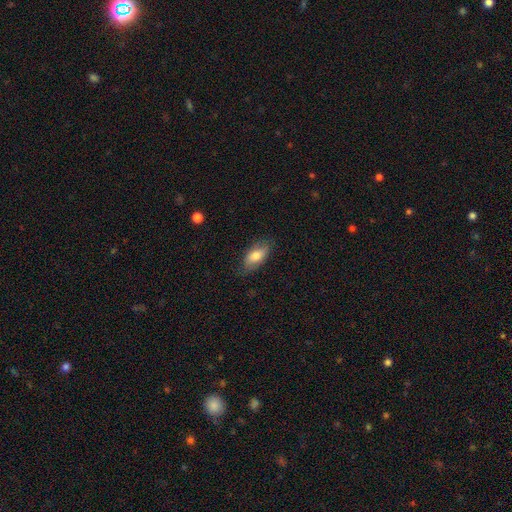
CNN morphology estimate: Smooth or featured? smooth (76%)
How rounded? in between (89%)
Merging? none (75%)